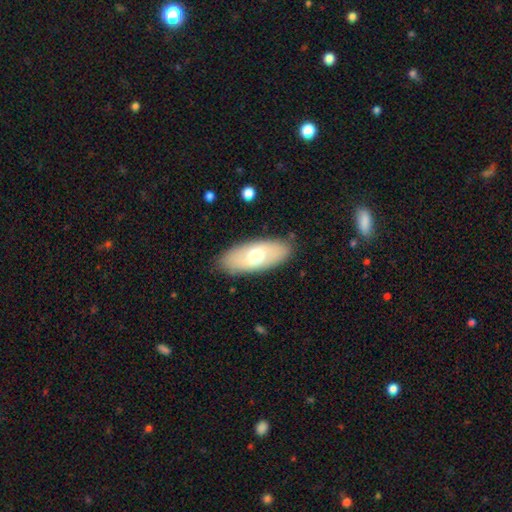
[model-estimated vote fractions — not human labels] smooth-or-featured: smooth: 59% | featured or disk: 36% | star or artifact: 6%
  how-rounded: in between: 86% | cigar-shaped: 11% | round: 3%
  merging: none: 85% | minor disturbance: 10% | major disturbance: 3% | merger: 1%